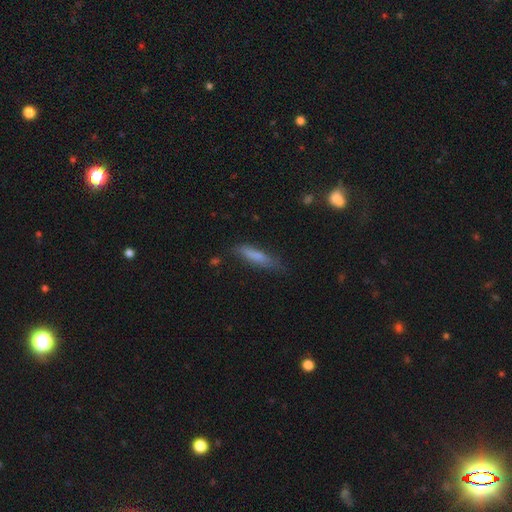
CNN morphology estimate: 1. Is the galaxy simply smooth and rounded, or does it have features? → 73% smooth, 20% featured or disk, 7% star or artifact.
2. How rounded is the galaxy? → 81% cigar-shaped, 17% in between, 2% round.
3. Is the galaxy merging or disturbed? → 71% none, 22% minor disturbance, 5% major disturbance, 2% merger.